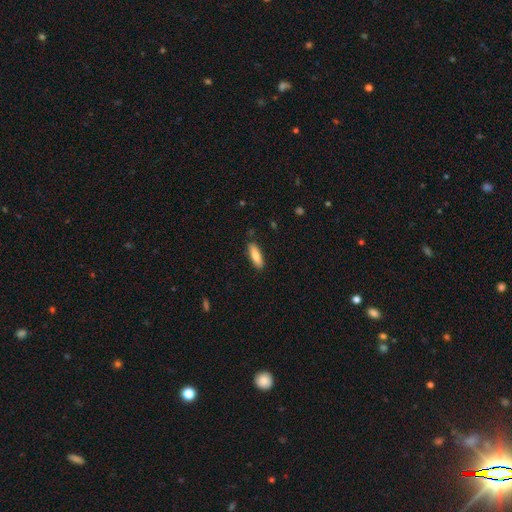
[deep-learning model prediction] The model was most divided on "how rounded": in between: 52%, cigar-shaped: 46%, round: 2%. More confident: merging — none (87%); smooth or featured — smooth (82%).